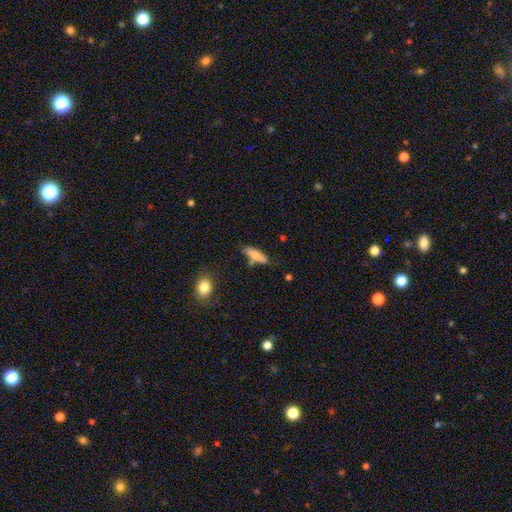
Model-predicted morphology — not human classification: Q: Smooth or featured?
A: smooth (77%); runner-up: featured or disk (16%)
Q: How rounded?
A: cigar-shaped (54%); runner-up: in between (44%)
Q: Merging?
A: none (68%); runner-up: minor disturbance (19%)